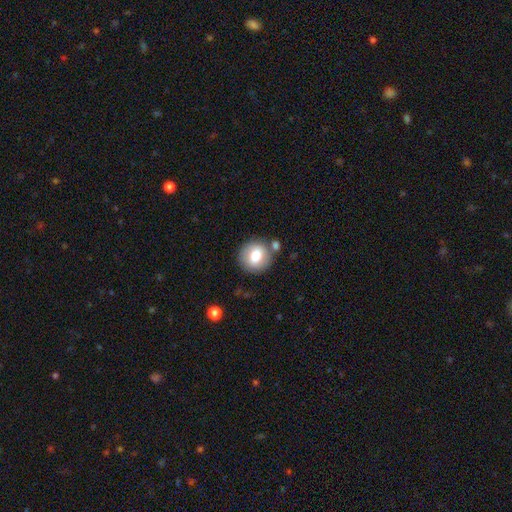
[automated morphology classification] Smooth or featured: smooth — 75% (featured or disk — 17%)
How rounded: round — 86% (in between — 13%)
Merging: none — 76% (minor disturbance — 11%)